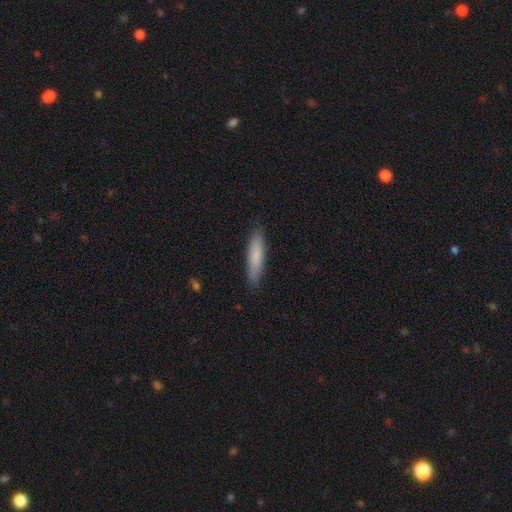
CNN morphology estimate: This appears to be a smooth galaxy with no disk features (79%) that is cigar-shaped (84%). Merging: none (88%).